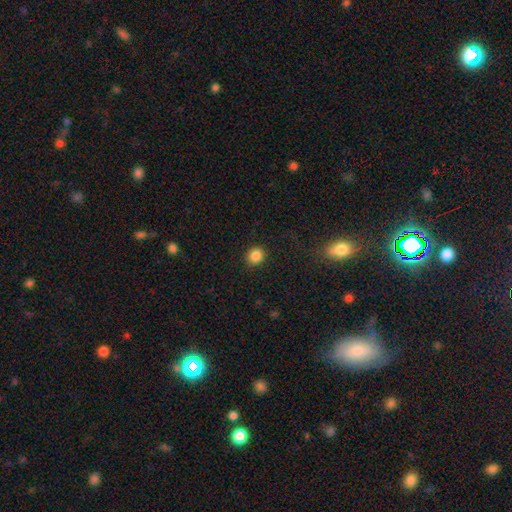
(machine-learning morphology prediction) Q: Smooth or featured?
A: smooth (86%); runner-up: star or artifact (11%)
Q: How rounded?
A: round (82%); runner-up: in between (17%)
Q: Merging?
A: none (89%); runner-up: minor disturbance (7%)